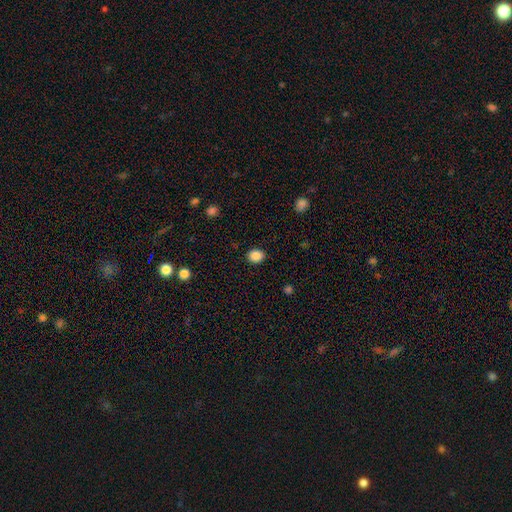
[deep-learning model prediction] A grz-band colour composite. It shows a smooth galaxy with no disk features (88%) that is round (56%). Merging: none (90%).